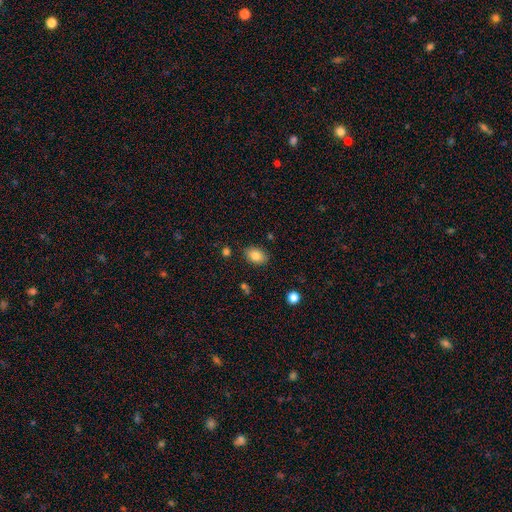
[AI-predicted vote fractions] Q: Smooth or featured?
A: smooth (83%); runner-up: star or artifact (9%)
Q: How rounded?
A: in between (79%); runner-up: round (20%)
Q: Merging?
A: none (85%); runner-up: minor disturbance (10%)